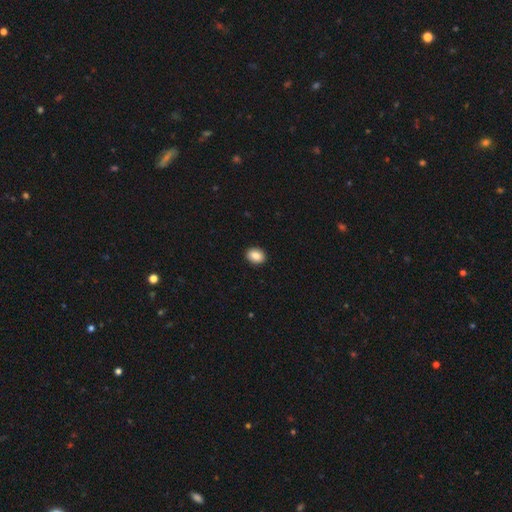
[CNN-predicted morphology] A smooth galaxy with no disk features (87%) that is round (50%).

Vote fractions:
- Smooth or featured? smooth: 87% / star or artifact: 8% / featured or disk: 5%
- How rounded? round: 50% / in between: 49% / cigar-shaped: 1%
- Merging? none: 92% / minor disturbance: 5% / major disturbance: 1% / merger: 1%